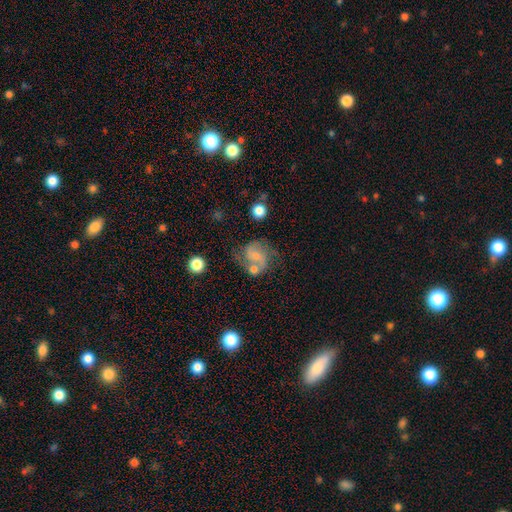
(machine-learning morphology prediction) This is likely a featured or disk galaxy (65%). It is clearly not viewed edge-on (98%). Bar: marginally no (44%). Spiral arm pattern: clearly yes (88%). Spiral arm count: clearly 2 (86%). Spiral winding: possibly medium (50%). Central bulge: marginally small (45%). Merging: possibly none (46%).